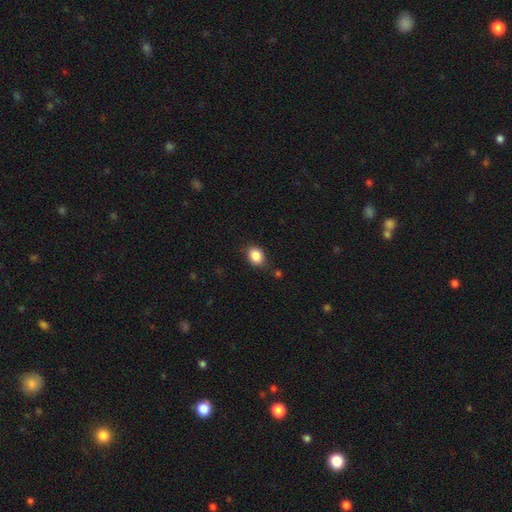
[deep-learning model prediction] Smooth or featured: smooth — 87% (star or artifact — 9%)
How rounded: in between — 67% (round — 32%)
Merging: none — 82% (minor disturbance — 13%)